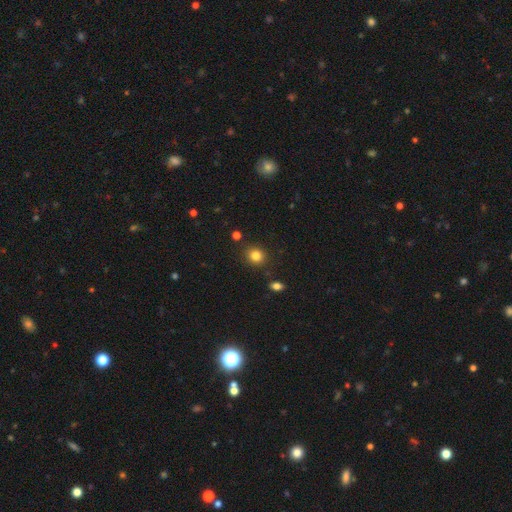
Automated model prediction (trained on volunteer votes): smooth-or-featured: smooth: 83% | star or artifact: 12% | featured or disk: 5%
  how-rounded: round: 82% | in between: 17% | cigar-shaped: 1%
  merging: none: 86% | minor disturbance: 8% | merger: 3% | major disturbance: 2%